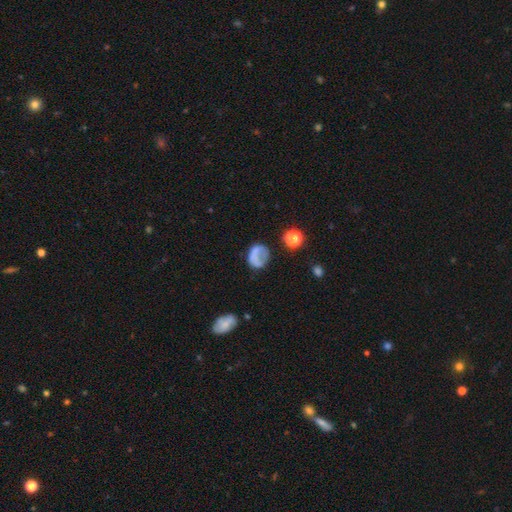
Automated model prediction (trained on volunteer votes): This is likely a smooth galaxy (61%). How rounded: likely round (62%). Merging: possibly none (47%).